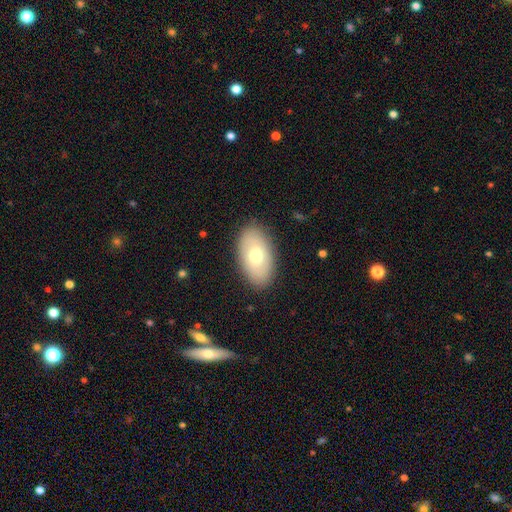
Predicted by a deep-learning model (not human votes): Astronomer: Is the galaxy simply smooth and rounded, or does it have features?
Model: smooth — 66%.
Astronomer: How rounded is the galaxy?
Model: in between — 93%.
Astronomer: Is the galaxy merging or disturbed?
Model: none — 87%.